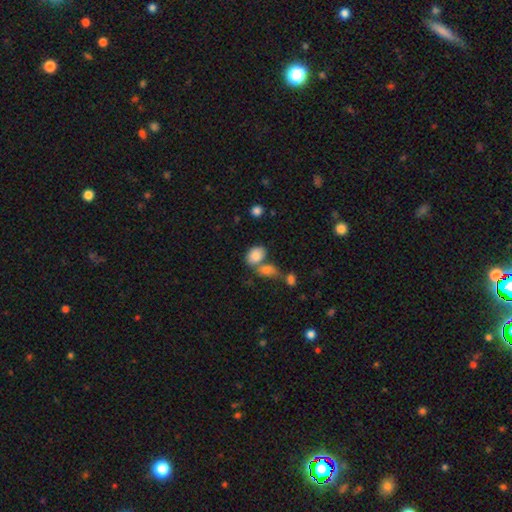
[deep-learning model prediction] A smooth galaxy with no disk features (83%) that is in between round and cigar-shaped (74%).

Vote fractions:
- Smooth or featured? smooth: 83% / featured or disk: 9% / star or artifact: 8%
- How rounded? in between: 74% / round: 24% / cigar-shaped: 1%
- Merging? none: 46% / merger: 36% / minor disturbance: 13% / major disturbance: 5%